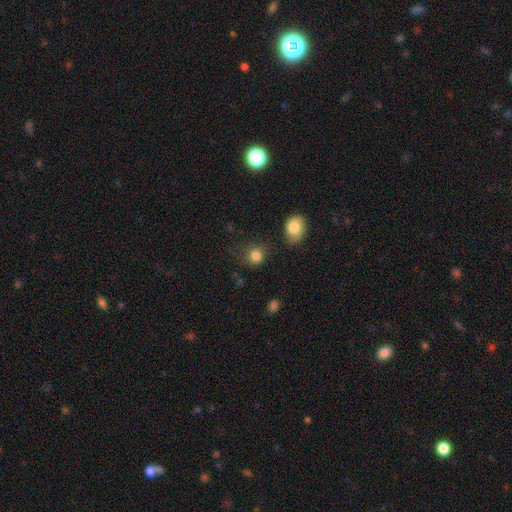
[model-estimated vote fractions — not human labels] Smooth or featured? smooth (84%)
How rounded? round (80%)
Merging? none (74%)